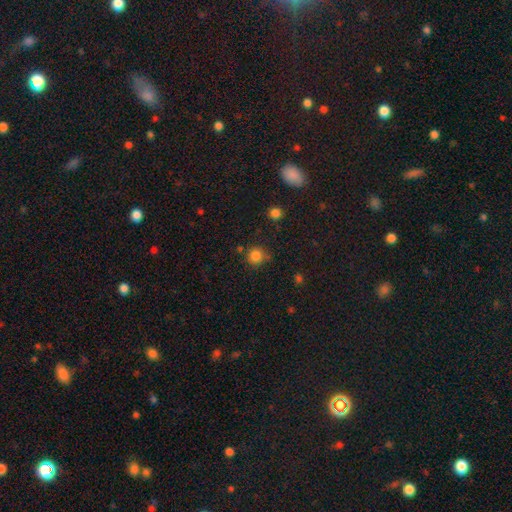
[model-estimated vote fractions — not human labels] This is clearly a smooth galaxy (82%). How rounded: clearly round (90%). Merging: likely none (72%).